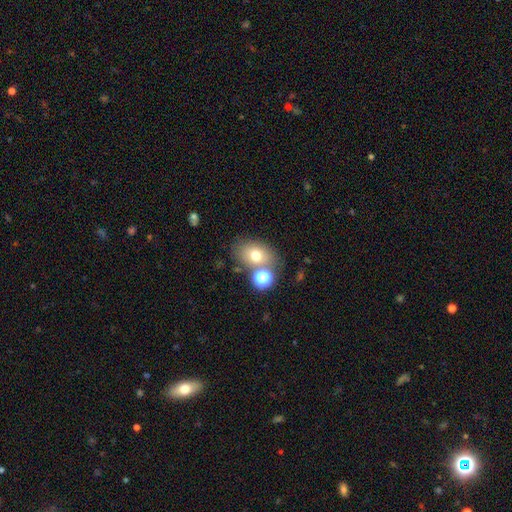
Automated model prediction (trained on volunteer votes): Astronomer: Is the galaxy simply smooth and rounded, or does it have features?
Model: smooth — 69%.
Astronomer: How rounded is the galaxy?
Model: in between — 66%.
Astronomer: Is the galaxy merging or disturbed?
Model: none — 64%.